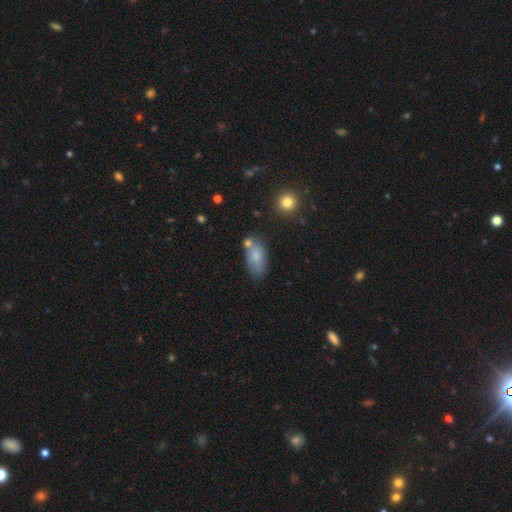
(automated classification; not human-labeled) A smooth galaxy with no disk features (77%) that is in between round and cigar-shaped (91%).

Vote fractions:
- Smooth or featured? smooth: 77% / featured or disk: 15% / star or artifact: 8%
- How rounded? in between: 91% / round: 5% / cigar-shaped: 4%
- Merging? none: 59% / minor disturbance: 21% / merger: 14% / major disturbance: 6%